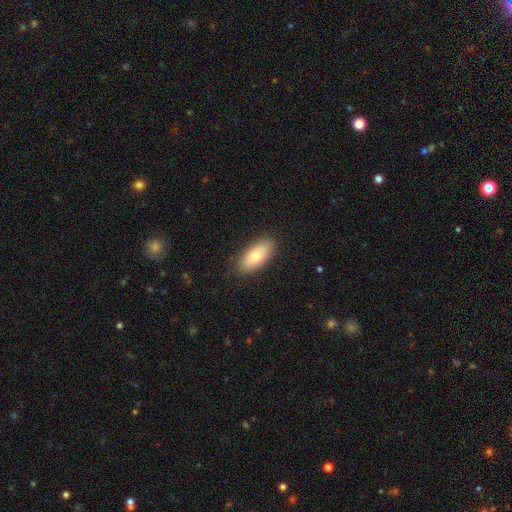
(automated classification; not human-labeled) A smooth galaxy with no disk features (74%) that is in between round and cigar-shaped (88%). Merging: none (86%).